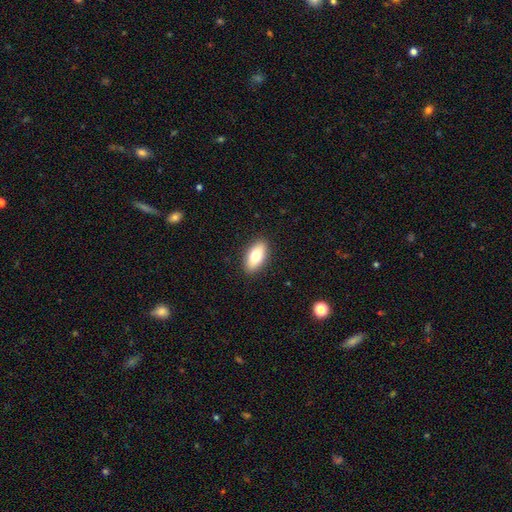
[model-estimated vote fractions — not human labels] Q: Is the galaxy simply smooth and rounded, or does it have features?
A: smooth — 77%.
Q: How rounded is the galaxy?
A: in between — 89%.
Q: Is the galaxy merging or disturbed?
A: none — 90%.